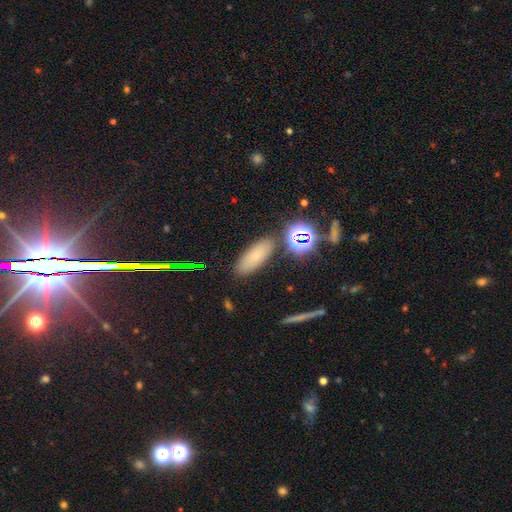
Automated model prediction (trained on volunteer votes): Overall: smooth (69%). How rounded: in between (71%). Merging: none (84%).